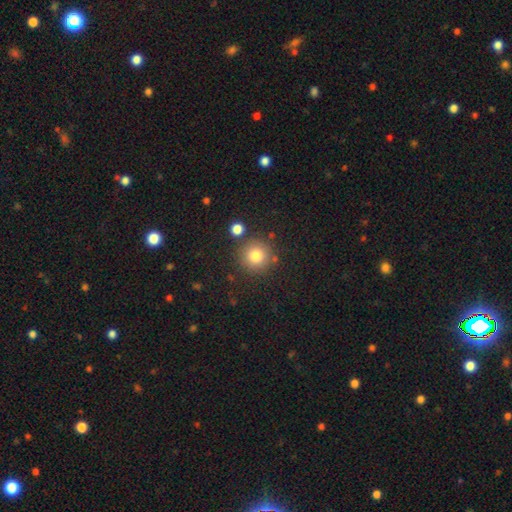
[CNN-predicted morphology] smooth 79%, star or artifact 13%, featured or disk 8%. Down the decision tree: how rounded — round (94%); merging — none (84%).